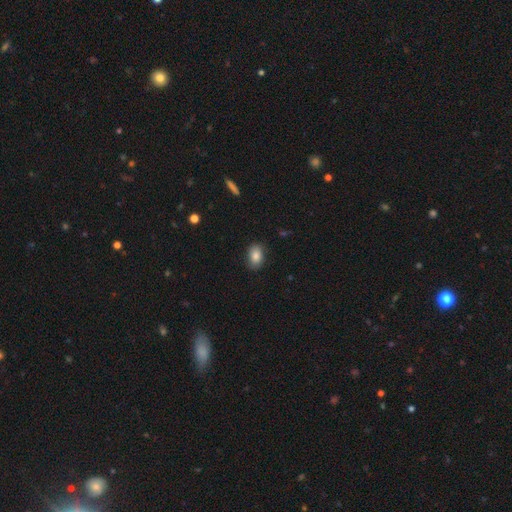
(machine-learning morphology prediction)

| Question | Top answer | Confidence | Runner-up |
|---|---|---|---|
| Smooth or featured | smooth | 85% | star or artifact (8%) |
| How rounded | in between | 82% | round (16%) |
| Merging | none | 85% | minor disturbance (12%) |